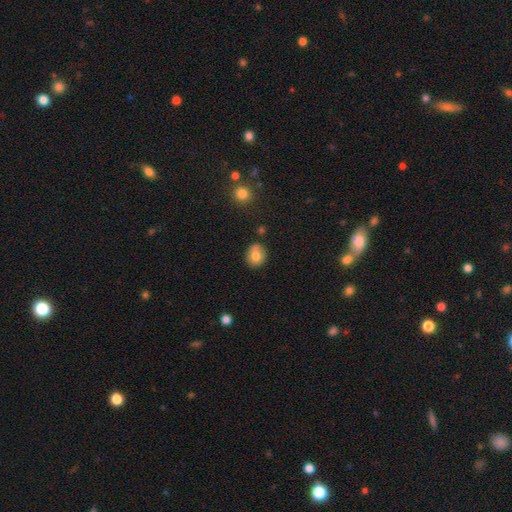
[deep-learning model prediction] Overall: smooth (76%). How rounded: round (71%). Merging: none (77%).